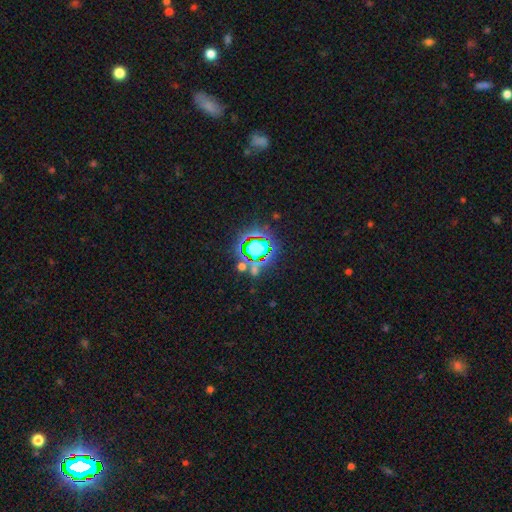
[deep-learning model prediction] Q: Smooth or featured?
A: star or artifact (76%); runner-up: smooth (15%)